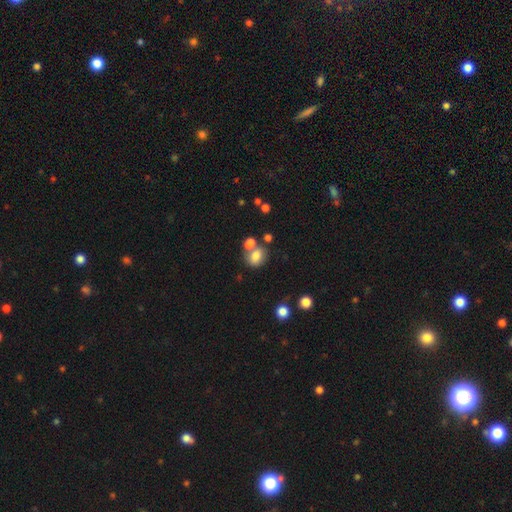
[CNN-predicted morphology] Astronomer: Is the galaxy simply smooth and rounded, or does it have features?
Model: smooth — 79%.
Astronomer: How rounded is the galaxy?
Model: in between — 60% (runner-up: round, 38%).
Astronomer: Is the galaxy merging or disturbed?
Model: none — 45% (runner-up: merger, 37%).